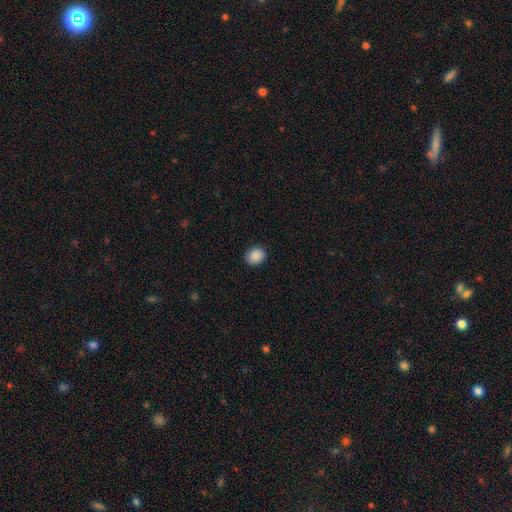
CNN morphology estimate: smooth 89%, star or artifact 8%, featured or disk 3%. Down the decision tree: how rounded — round (56%); merging — none (90%).